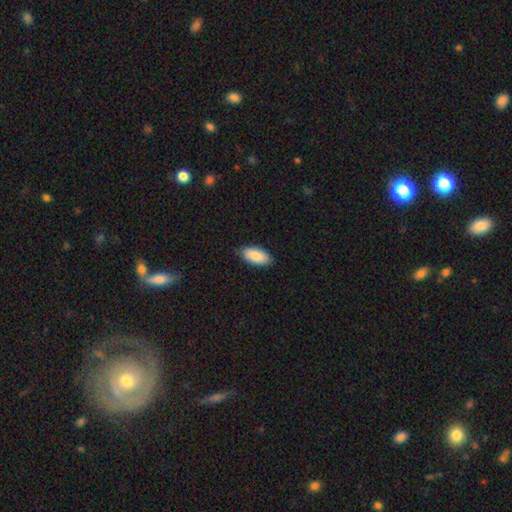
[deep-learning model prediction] Overall: smooth (88%). How rounded: in between (91%). Merging: none (87%).